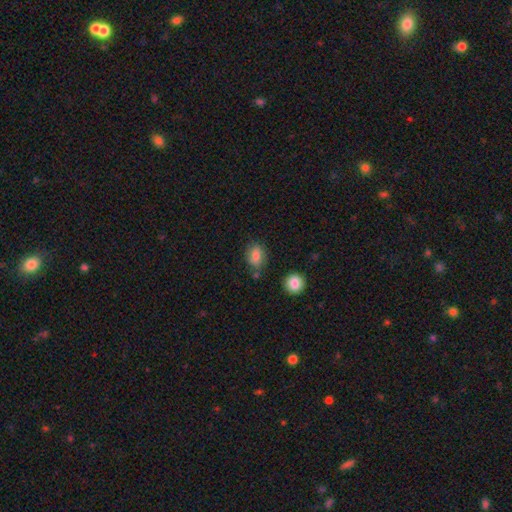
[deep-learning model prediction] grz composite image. It shows a smooth galaxy with no disk features (83%) that is in between round and cigar-shaped (74%). Merging: none (69%).